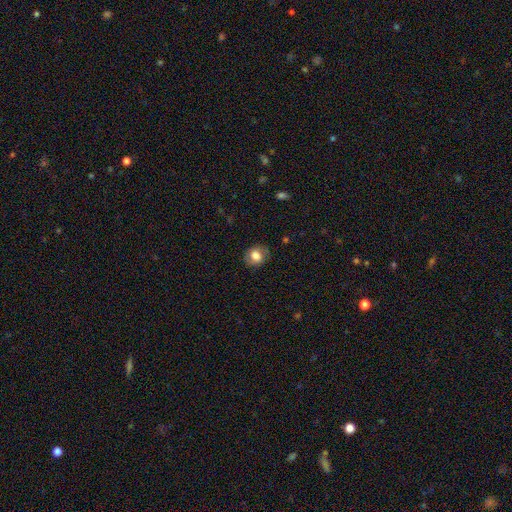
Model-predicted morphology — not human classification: Smooth or featured?
  - smooth: 74% *
  - featured or disk: 17%
  - star or artifact: 9%
How rounded?
  - round: 60% *
  - in between: 39%
  - cigar-shaped: 1%
Merging?
  - none: 80% *
  - minor disturbance: 15%
  - major disturbance: 5%
  - merger: 1%